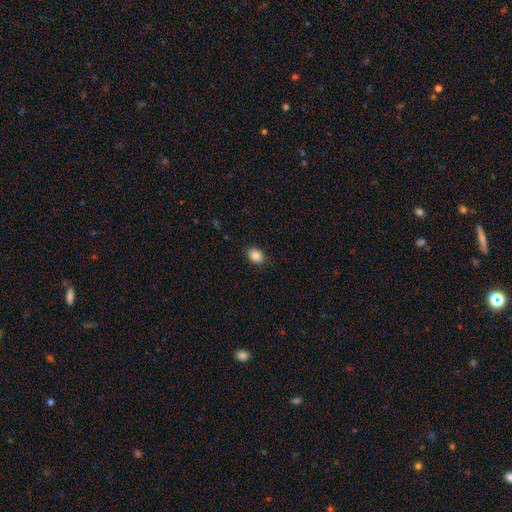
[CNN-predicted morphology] This appears to be a smooth galaxy with no disk features (87%) that is in between round and cigar-shaped (67%). Merging: none (87%).